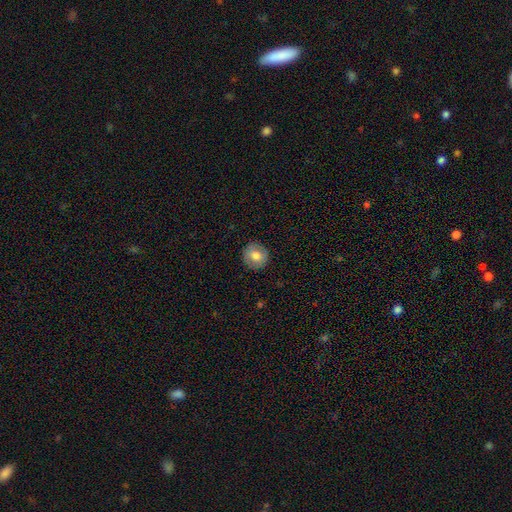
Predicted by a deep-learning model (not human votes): Overall: smooth (74%). How rounded: round (92%). Merging: none (90%).